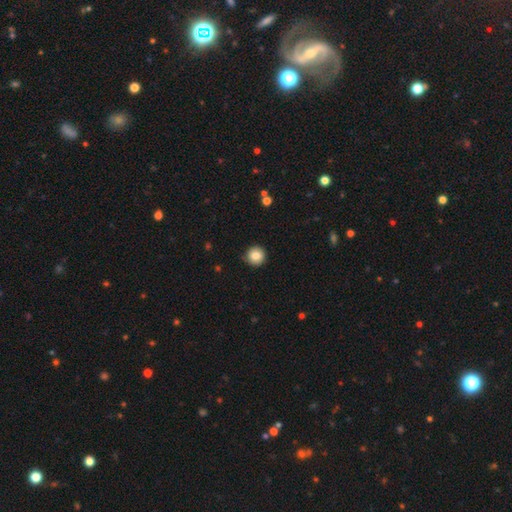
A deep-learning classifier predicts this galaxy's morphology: Smooth or featured? smooth (84%)
How rounded? round (94%)
Merging? none (88%)